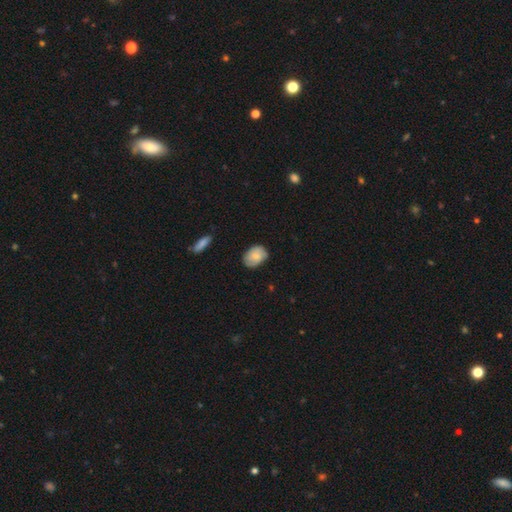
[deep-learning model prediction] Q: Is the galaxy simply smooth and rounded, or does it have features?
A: smooth — 63%.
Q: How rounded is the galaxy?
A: in between — 73%.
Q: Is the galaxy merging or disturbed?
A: none — 74%.